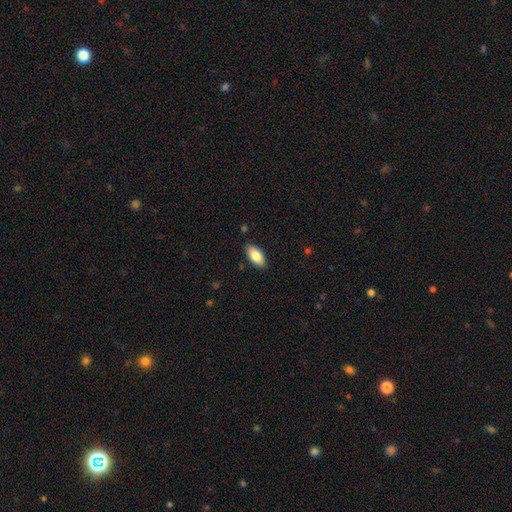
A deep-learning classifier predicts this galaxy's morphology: Smooth or featured?
  - smooth: 83% *
  - featured or disk: 11%
  - star or artifact: 6%
How rounded?
  - in between: 90% *
  - cigar-shaped: 7%
  - round: 2%
Merging?
  - none: 88% *
  - minor disturbance: 9%
  - major disturbance: 2%
  - merger: 1%